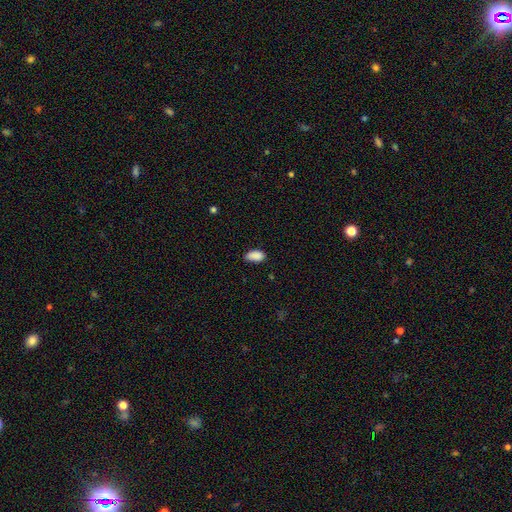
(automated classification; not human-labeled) smooth_or_featured: smooth (p=0.88) [alt: star or artifact p=0.08]
how_rounded: in between (p=0.92) [alt: round p=0.04]
merging: none (p=0.65) [alt: minor disturbance p=0.28]